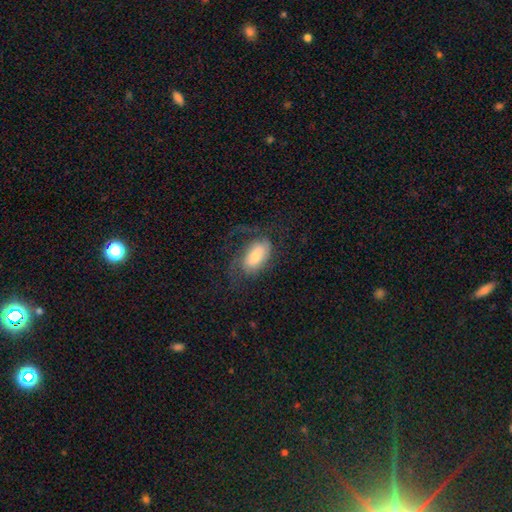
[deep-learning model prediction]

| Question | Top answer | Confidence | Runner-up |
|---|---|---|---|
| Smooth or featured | featured or disk | 47% | smooth (45%) |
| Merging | none | 49% | major disturbance (30%) |